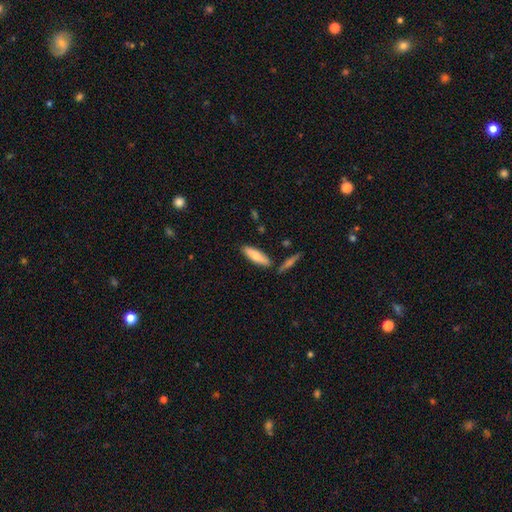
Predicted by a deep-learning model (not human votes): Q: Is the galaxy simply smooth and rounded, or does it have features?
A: smooth — 76%.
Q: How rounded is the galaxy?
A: cigar-shaped — 56%.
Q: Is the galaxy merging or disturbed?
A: none — 80%.